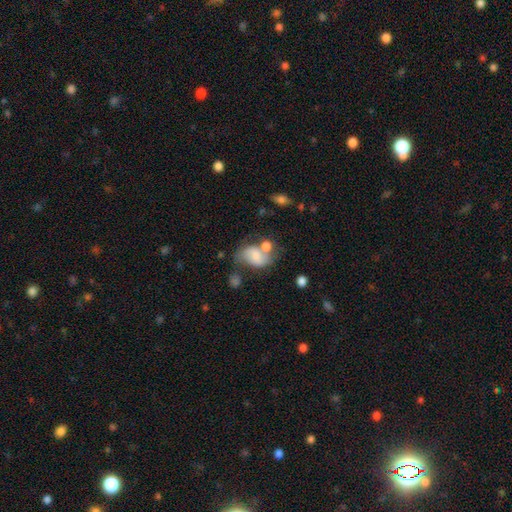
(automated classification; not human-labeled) A smooth galaxy with no disk features (55%) that is in between round and cigar-shaped (77%). Merging: none (34%).